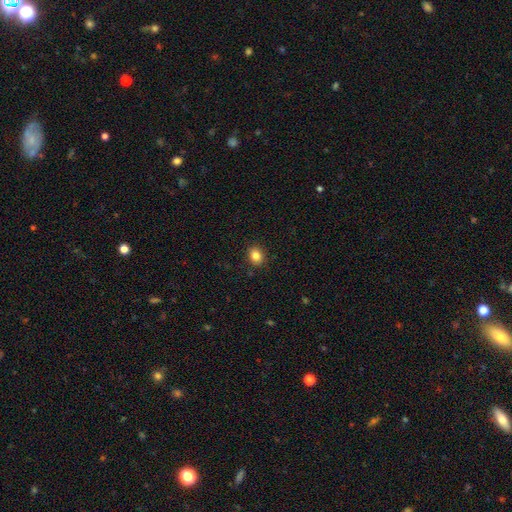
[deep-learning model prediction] smooth_or_featured: smooth (p=0.84) [alt: star or artifact p=0.11]
how_rounded: round (p=0.57) [alt: in between p=0.42]
merging: none (p=0.90) [alt: minor disturbance p=0.07]